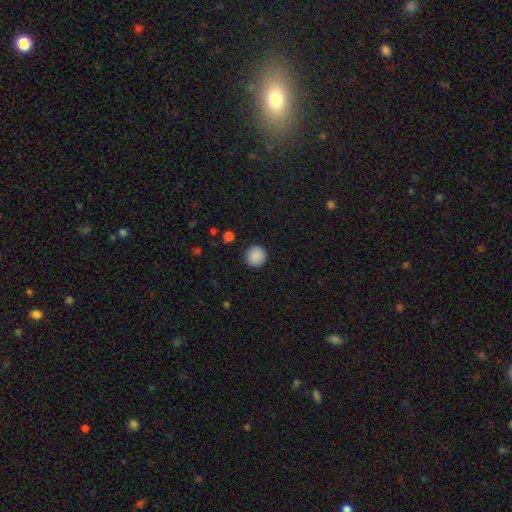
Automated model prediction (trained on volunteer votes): Smooth or featured? Predicted: smooth (p=0.89). How rounded? Predicted: round (p=0.94). Merging? Predicted: none (p=0.91).